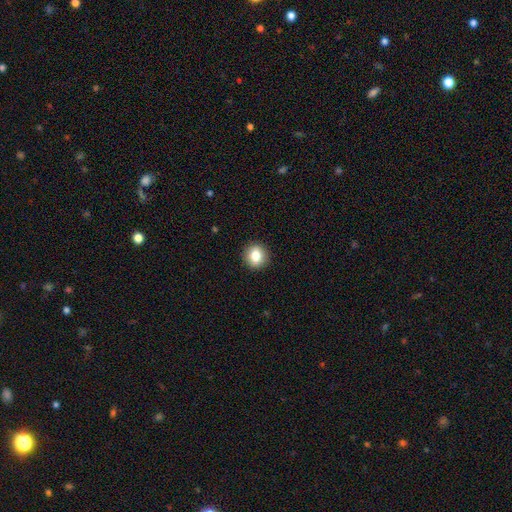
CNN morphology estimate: Overall: smooth (80%). How rounded: round (79%). Merging: none (91%).